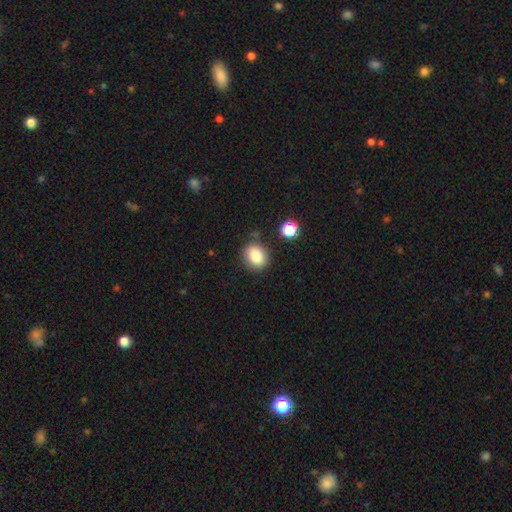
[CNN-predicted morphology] smooth 84%, star or artifact 10%, featured or disk 6%. Down the decision tree: how rounded — round (53%); merging — none (80%).